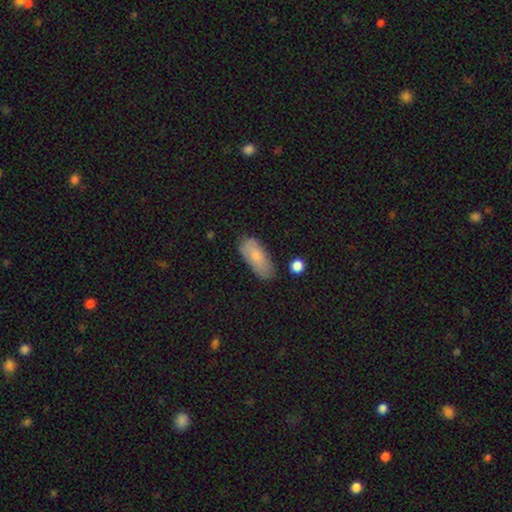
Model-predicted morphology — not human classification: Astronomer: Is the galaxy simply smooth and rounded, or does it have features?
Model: smooth — 79%.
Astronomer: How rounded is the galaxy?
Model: in between — 86%.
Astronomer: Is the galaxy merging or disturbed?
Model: none — 69%.